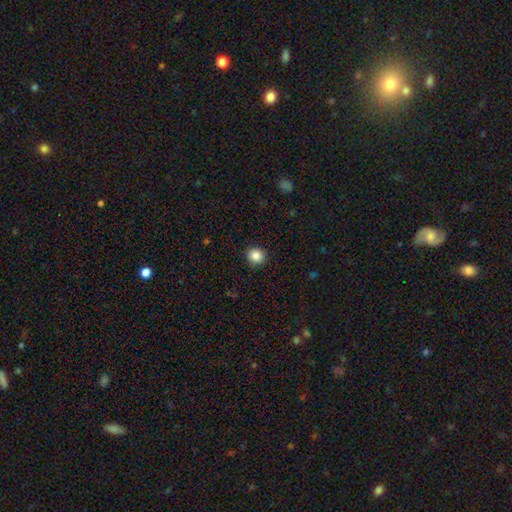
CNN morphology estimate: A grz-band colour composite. It shows a smooth galaxy with no disk features (86%) that is round (88%). Merging: none (91%).